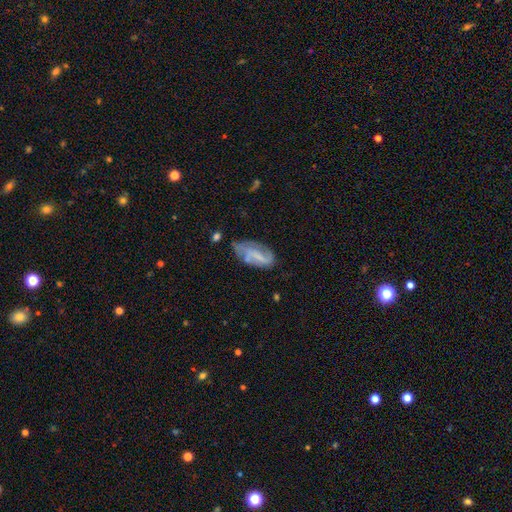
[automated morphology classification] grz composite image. It shows a featured or disk galaxy (58%) with a weak bar (42%), spiral arms (78%) and no central bulge (49%). Merging: none (48%).